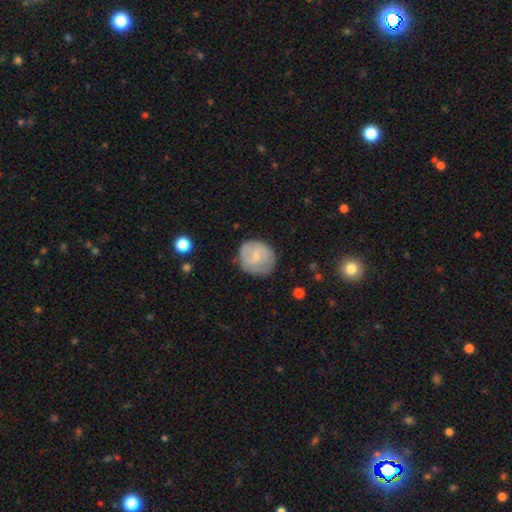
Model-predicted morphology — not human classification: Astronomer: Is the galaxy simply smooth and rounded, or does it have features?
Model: smooth — 62%.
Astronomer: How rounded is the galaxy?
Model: round — 82%.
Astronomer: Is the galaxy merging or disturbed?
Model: none — 70%.